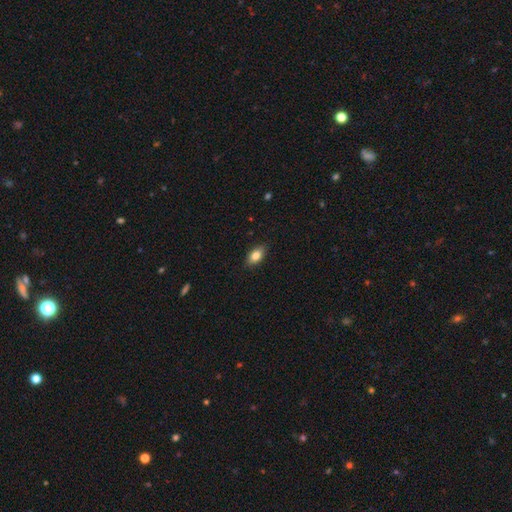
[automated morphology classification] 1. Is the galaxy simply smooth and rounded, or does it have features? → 82% smooth, 10% featured or disk, 8% star or artifact.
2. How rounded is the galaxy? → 89% in between, 7% round, 5% cigar-shaped.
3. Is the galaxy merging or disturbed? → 86% none, 11% minor disturbance, 2% major disturbance, 1% merger.